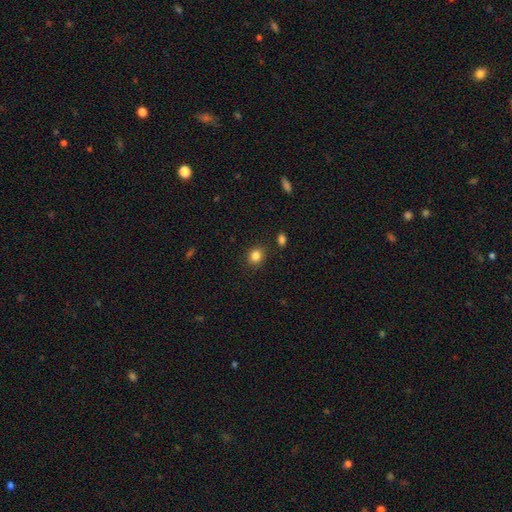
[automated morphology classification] The model was most divided on "how rounded": round: 72%, in between: 27%, cigar-shaped: 1%. More confident: merging — none (87%); smooth or featured — smooth (84%).